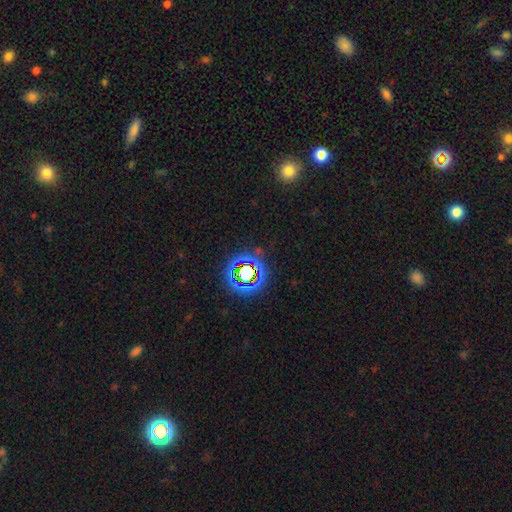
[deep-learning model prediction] Smooth or featured? star or artifact (58%)